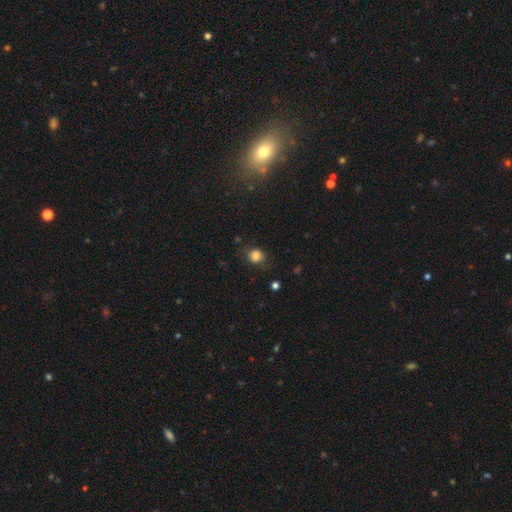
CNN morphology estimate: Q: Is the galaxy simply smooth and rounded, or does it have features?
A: smooth — 80%.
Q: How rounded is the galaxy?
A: round — 69%.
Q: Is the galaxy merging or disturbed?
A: none — 75%.